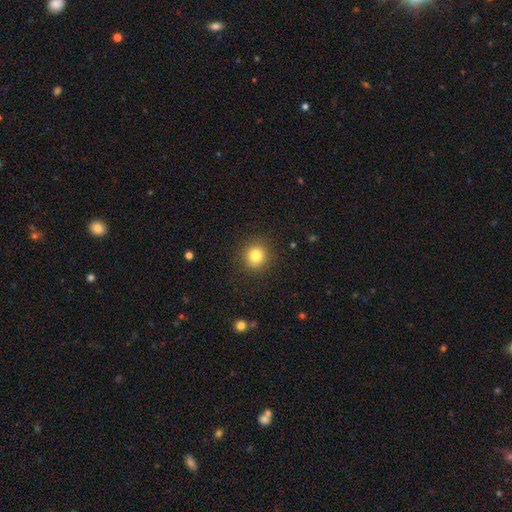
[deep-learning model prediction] A smooth galaxy with no disk features (81%) that is round (92%).

Vote fractions:
- Smooth or featured? smooth: 81% / star or artifact: 12% / featured or disk: 7%
- How rounded? round: 92% / in between: 7% / cigar-shaped: 1%
- Merging? none: 90% / minor disturbance: 7% / major disturbance: 3% / merger: 1%